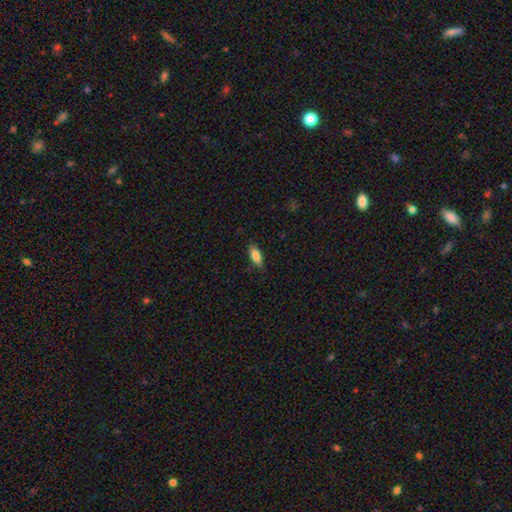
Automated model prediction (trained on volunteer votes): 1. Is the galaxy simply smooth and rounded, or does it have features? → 82% smooth, 11% featured or disk, 7% star or artifact.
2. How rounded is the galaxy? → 81% in between, 16% cigar-shaped, 3% round.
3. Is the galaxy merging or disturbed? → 82% none, 14% minor disturbance, 3% major disturbance, 1% merger.